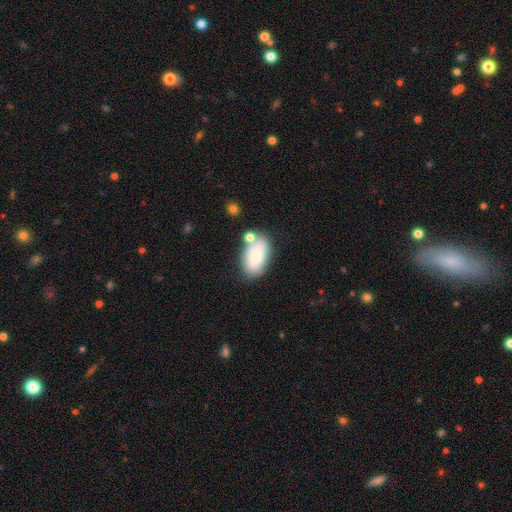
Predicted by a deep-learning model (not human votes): This is likely a smooth galaxy (78%). How rounded: clearly in between (93%). Merging: possibly none (56%).